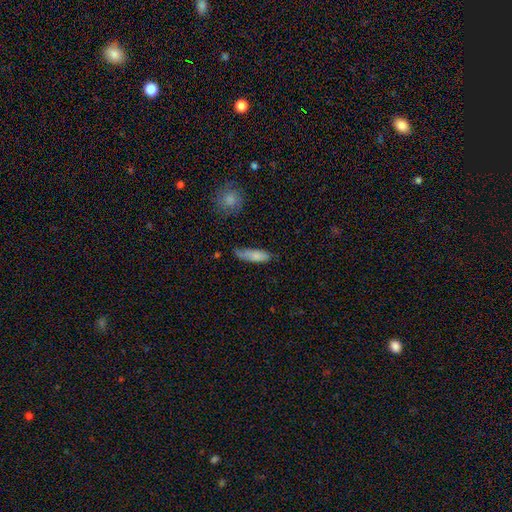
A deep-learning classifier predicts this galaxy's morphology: This is clearly a smooth galaxy (80%). How rounded: possibly cigar-shaped (54%). Merging: possibly none (57%).